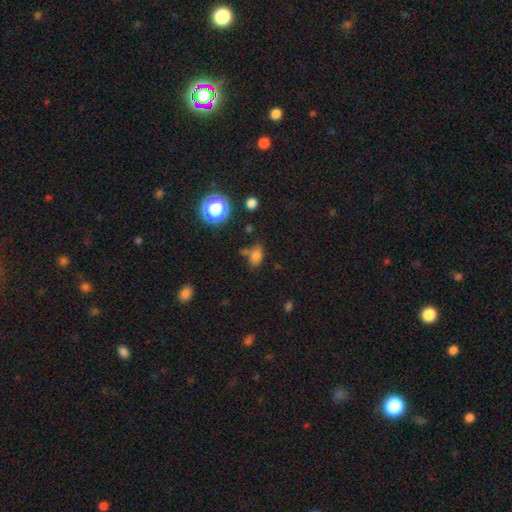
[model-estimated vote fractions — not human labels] Smooth or featured: smooth — 74% (star or artifact — 18%)
How rounded: in between — 72% (round — 26%)
Merging: none — 57% (minor disturbance — 20%)